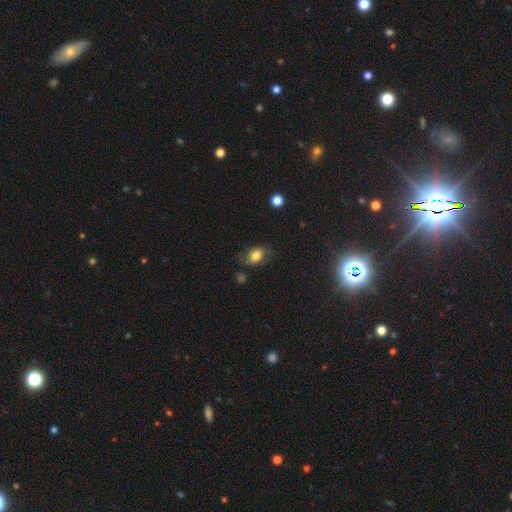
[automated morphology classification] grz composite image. It shows a smooth galaxy with no disk features (75%) that is in between round and cigar-shaped (75%). Merging: none (64%).